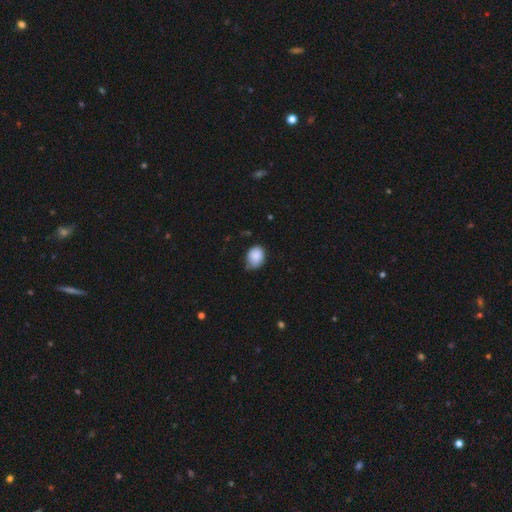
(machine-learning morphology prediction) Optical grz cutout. It shows a smooth galaxy with no disk features (86%) that is in between round and cigar-shaped (58%). Merging: none (48%).